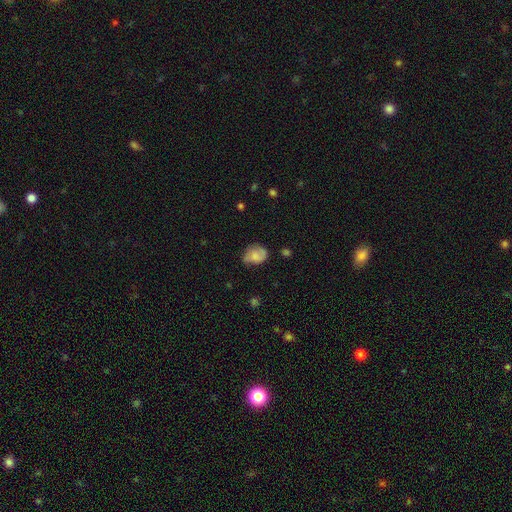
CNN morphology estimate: smooth_or_featured: smooth (p=0.52) [alt: featured or disk p=0.39]
how_rounded: in between (p=0.59) [alt: round p=0.40]
merging: none (p=0.55) [alt: minor disturbance p=0.31]